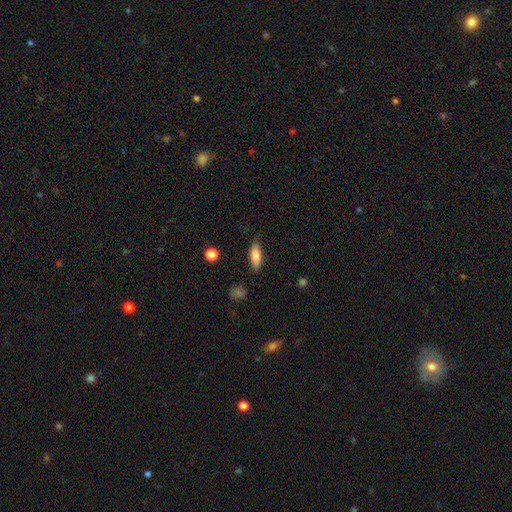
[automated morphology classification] smooth-or-featured: smooth: 83% | featured or disk: 10% | star or artifact: 7%
  how-rounded: in between: 70% | cigar-shaped: 28% | round: 2%
  merging: none: 82% | minor disturbance: 14% | major disturbance: 3% | merger: 2%